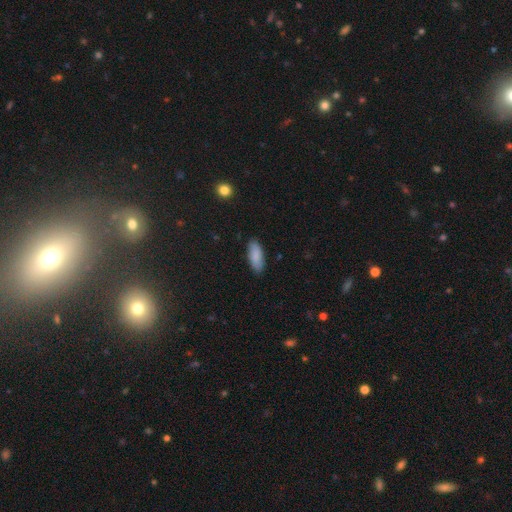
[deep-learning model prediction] A smooth galaxy with no disk features (87%) that is in between round and cigar-shaped (81%).

Vote fractions:
- Smooth or featured? smooth: 87% / featured or disk: 7% / star or artifact: 6%
- How rounded? in between: 81% / cigar-shaped: 18% / round: 2%
- Merging? none: 86% / minor disturbance: 11% / major disturbance: 2% / merger: 1%